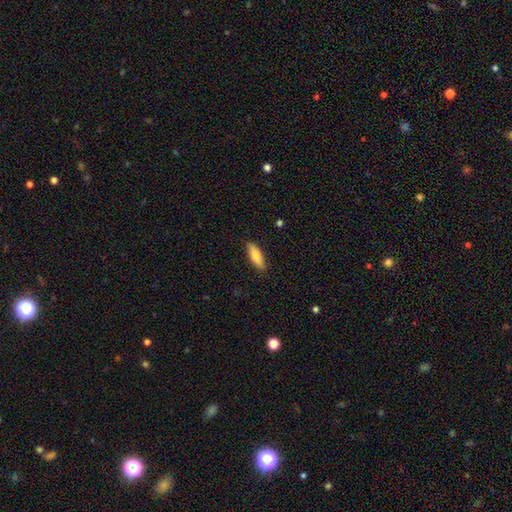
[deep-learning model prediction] Smooth or featured? Predicted: smooth (p=0.80). How rounded? Predicted: in between (p=0.50). Merging? Predicted: none (p=0.88).